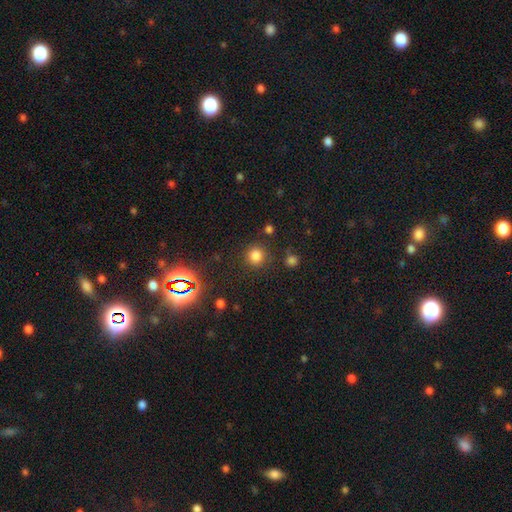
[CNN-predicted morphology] A smooth galaxy with no disk features (78%) that is round (92%).

Vote fractions:
- Smooth or featured? smooth: 78% / star or artifact: 17% / featured or disk: 5%
- How rounded? round: 92% / in between: 7% / cigar-shaped: 1%
- Merging? none: 85% / minor disturbance: 8% / major disturbance: 4% / merger: 3%